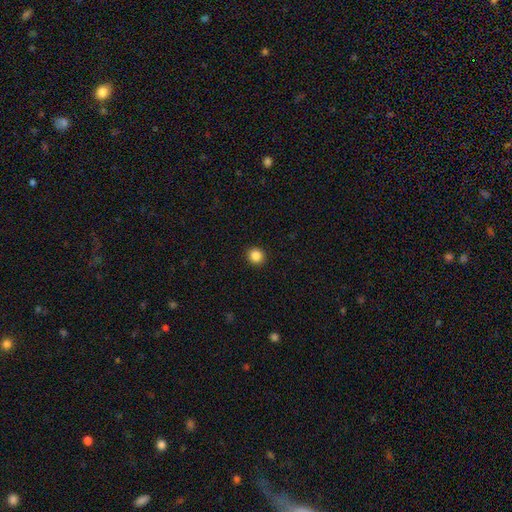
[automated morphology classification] This is clearly a smooth galaxy (87%). How rounded: clearly round (89%). Merging: clearly none (93%).